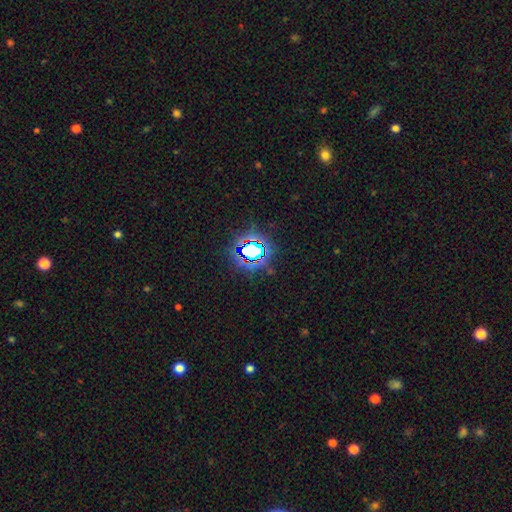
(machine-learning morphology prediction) Smooth or featured: star or artifact — 72% (smooth — 17%)